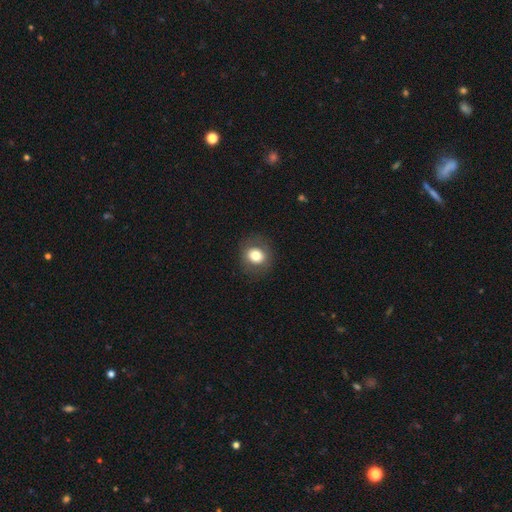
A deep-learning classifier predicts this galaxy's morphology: Smooth or featured: smooth — 76% (featured or disk — 14%)
How rounded: round — 79% (in between — 20%)
Merging: none — 86% (minor disturbance — 9%)